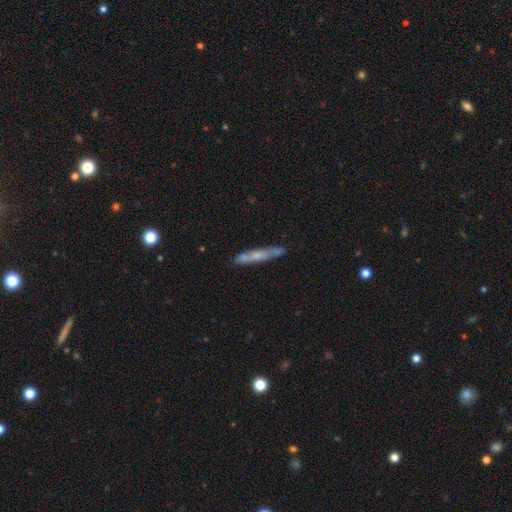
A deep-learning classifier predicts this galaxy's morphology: smooth 49%, featured or disk 45%, star or artifact 6%. Down the decision tree: merging — none (75%).